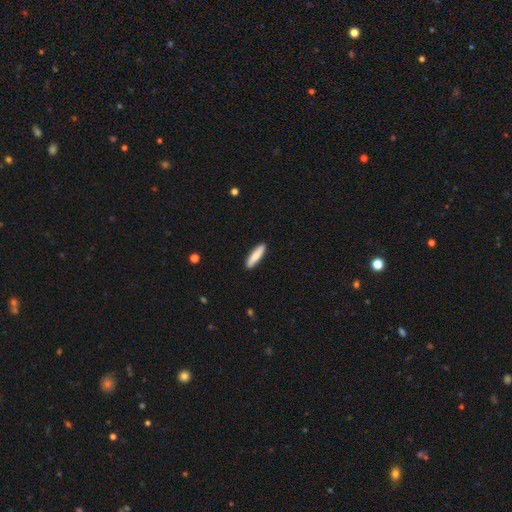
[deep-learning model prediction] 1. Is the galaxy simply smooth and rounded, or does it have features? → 78% smooth, 17% featured or disk, 5% star or artifact.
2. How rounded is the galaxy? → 82% cigar-shaped, 17% in between, 1% round.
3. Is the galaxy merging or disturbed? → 90% none, 8% minor disturbance, 1% major disturbance, 1% merger.